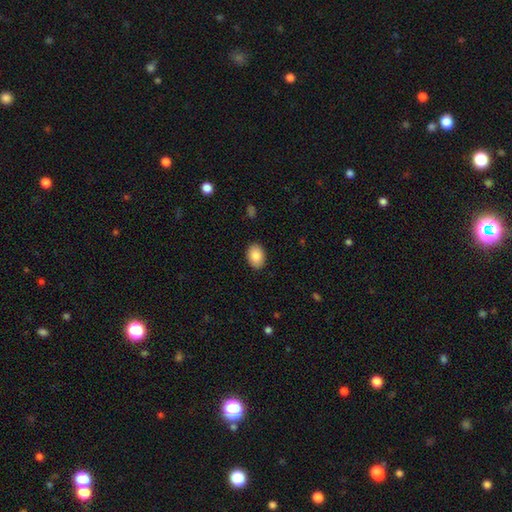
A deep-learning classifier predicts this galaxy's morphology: Overall: smooth (88%). How rounded: in between (80%). Merging: none (89%).